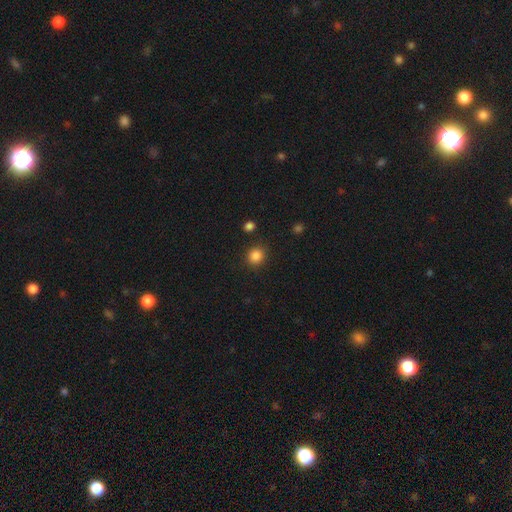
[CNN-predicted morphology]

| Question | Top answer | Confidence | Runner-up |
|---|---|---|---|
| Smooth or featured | smooth | 85% | star or artifact (12%) |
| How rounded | round | 86% | in between (13%) |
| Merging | none | 87% | minor disturbance (8%) |